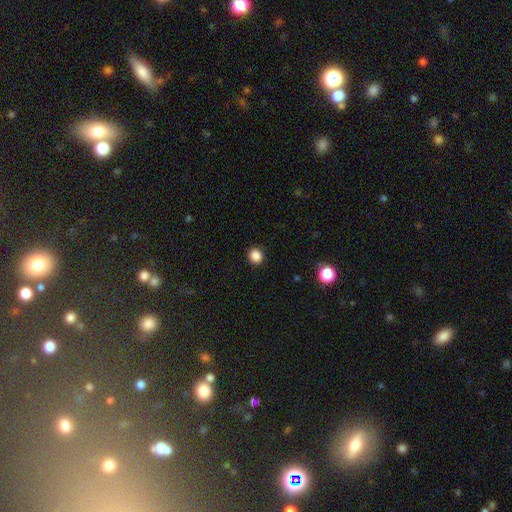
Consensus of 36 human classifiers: smooth 92%, star or artifact 6%, featured or disk 3%. Down the decision tree: how rounded — round (82%); merging — none (94%).